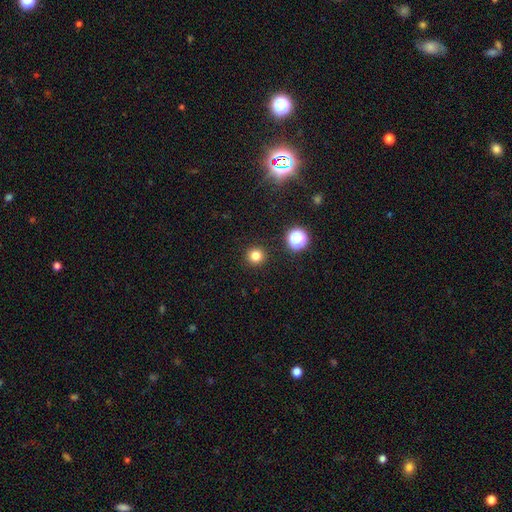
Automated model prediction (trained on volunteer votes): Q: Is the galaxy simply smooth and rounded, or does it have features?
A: smooth — 80%.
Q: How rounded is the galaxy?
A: round — 95%.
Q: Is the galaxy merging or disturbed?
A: none — 92%.